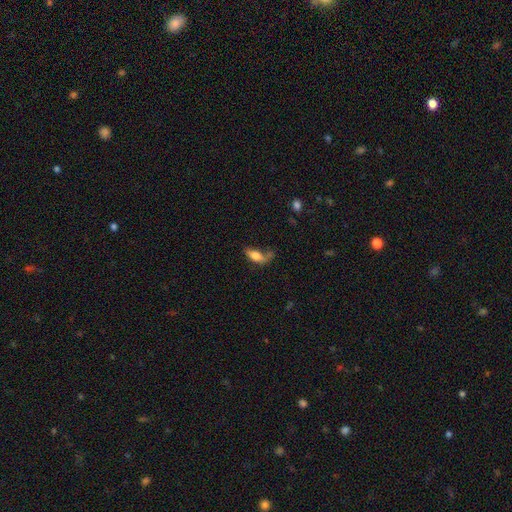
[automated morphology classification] smooth 71%, featured or disk 20%, star or artifact 9%. Down the decision tree: how rounded — in between (78%); merging — none (34%).